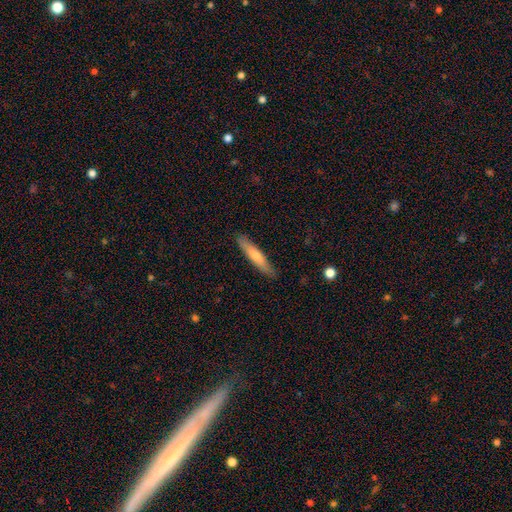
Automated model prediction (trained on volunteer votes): smooth_or_featured: smooth (p=0.66) [alt: featured or disk p=0.29]
how_rounded: cigar-shaped (p=0.89) [alt: in between p=0.09]
merging: none (p=0.88) [alt: minor disturbance p=0.09]